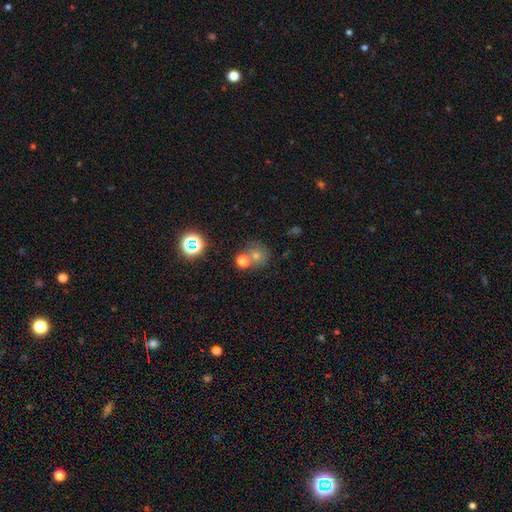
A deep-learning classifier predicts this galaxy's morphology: A smooth galaxy with no disk features (58%) that is round (88%). Merging: none (62%).